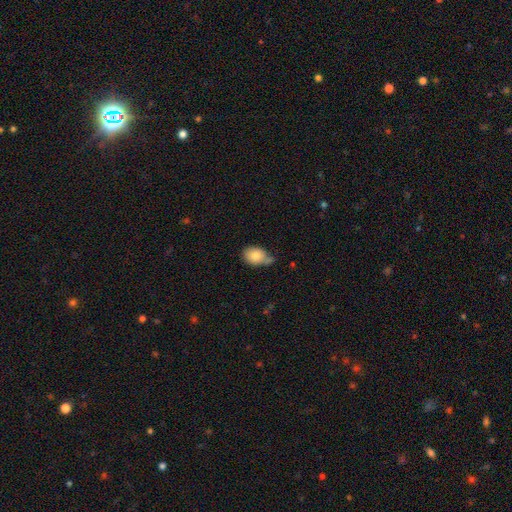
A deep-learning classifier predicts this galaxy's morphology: Smooth or featured: smooth — 82% (featured or disk — 10%)
How rounded: in between — 75% (round — 24%)
Merging: none — 44% (minor disturbance — 35%)